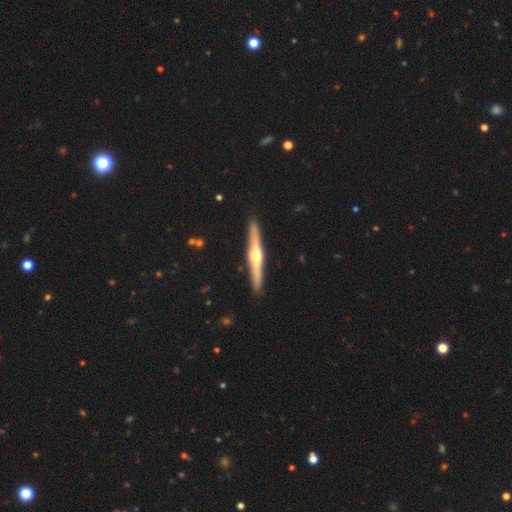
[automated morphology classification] smooth_or_featured: featured or disk (p=0.73) [alt: smooth p=0.22]
disk_edge_on: yes (p=0.98) [alt: no p=0.02]
edge_on_bulge: rounded (p=0.91) [alt: none p=0.05]
merging: none (p=0.91) [alt: minor disturbance p=0.06]